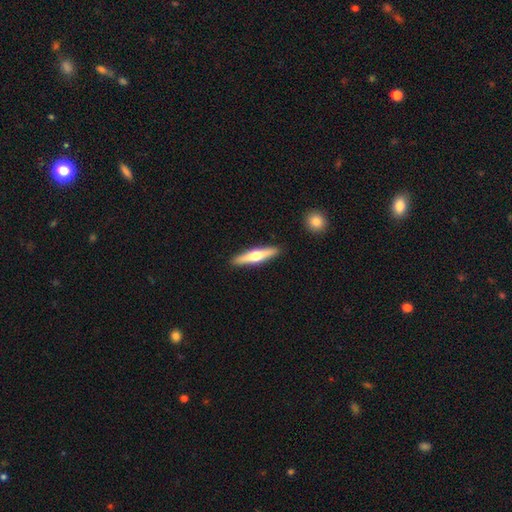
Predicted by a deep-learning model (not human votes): Morphology: type=featured or disk (55%); edge-on=yes (96%); edge-on bulge=rounded (93%); merging=none (91%).